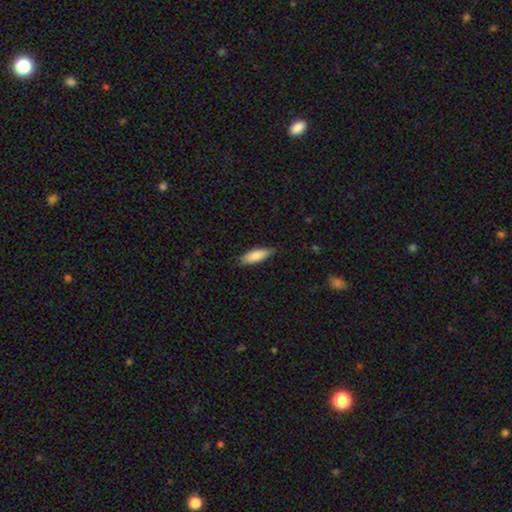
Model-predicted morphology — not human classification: This appears to be a smooth galaxy with no disk features (86%) that is in between round and cigar-shaped (56%). Merging: none (84%).